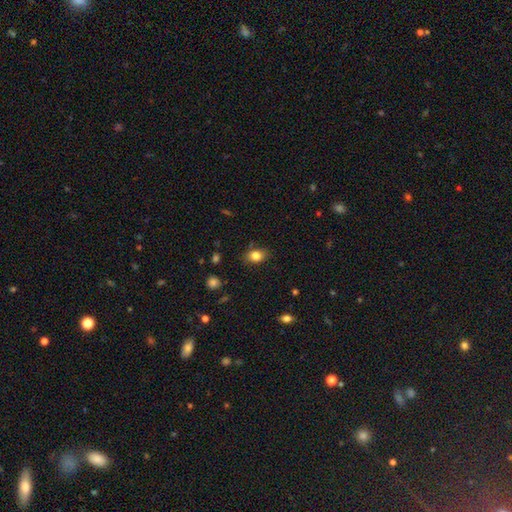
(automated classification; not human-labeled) smooth_or_featured: smooth (p=0.83) [alt: star or artifact p=0.10]
how_rounded: in between (p=0.72) [alt: round p=0.26]
merging: none (p=0.81) [alt: minor disturbance p=0.14]